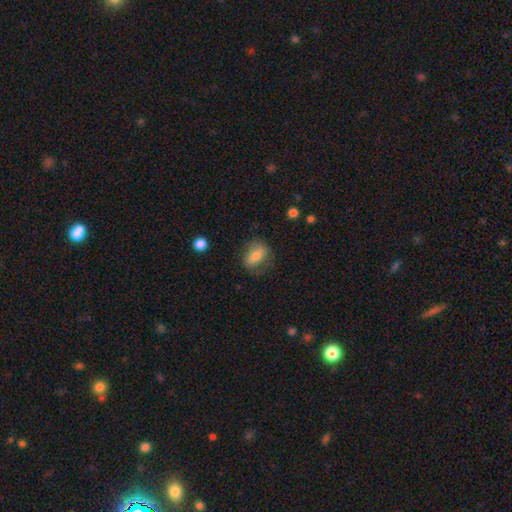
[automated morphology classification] smooth_or_featured: smooth (p=0.67) [alt: featured or disk p=0.25]
how_rounded: in between (p=0.73) [alt: round p=0.19]
merging: none (p=0.71) [alt: minor disturbance p=0.19]